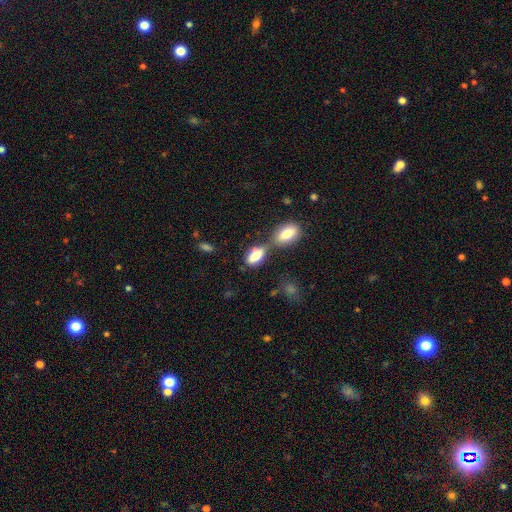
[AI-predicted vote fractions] smooth_or_featured: smooth (p=0.76) [alt: featured or disk p=0.15]
how_rounded: in between (p=0.88) [alt: cigar-shaped p=0.06]
merging: merger (p=0.44) [alt: none p=0.35]